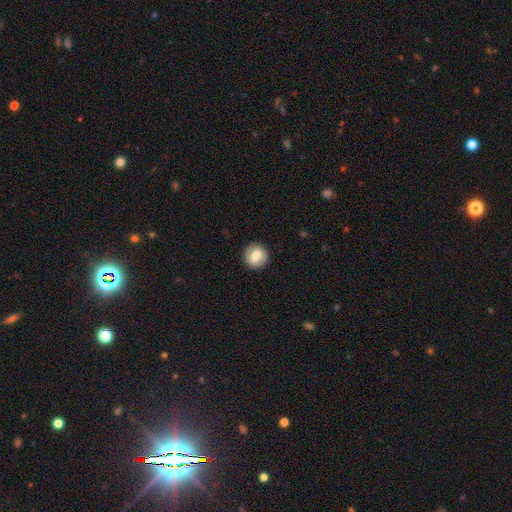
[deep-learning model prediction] This is likely a smooth galaxy (65%). How rounded: clearly round (84%). Merging: clearly none (88%).